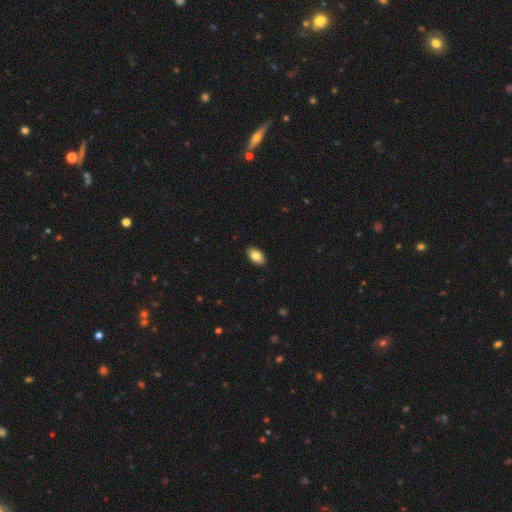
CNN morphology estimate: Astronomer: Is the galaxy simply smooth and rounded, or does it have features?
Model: smooth — 83%.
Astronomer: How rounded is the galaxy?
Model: in between — 92%.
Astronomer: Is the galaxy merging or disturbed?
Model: none — 89%.